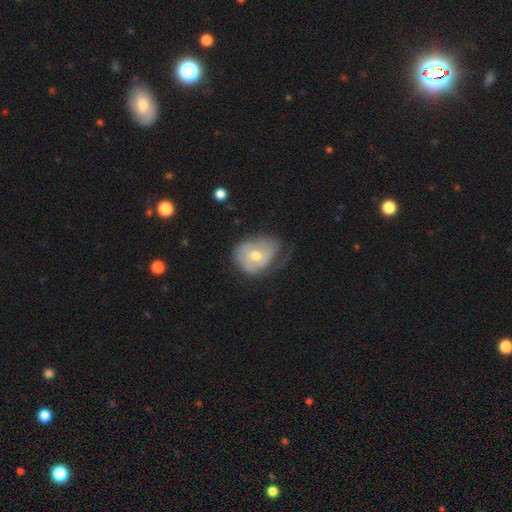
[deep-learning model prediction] A featured or disk galaxy (49%). Merging: none (36%).